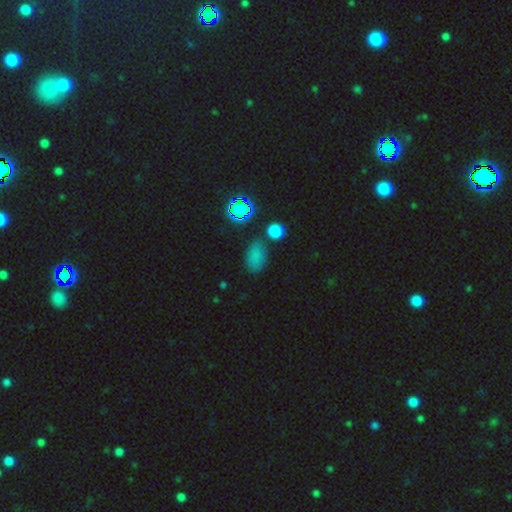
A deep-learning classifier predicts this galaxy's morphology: Smooth or featured: smooth — 69% (star or artifact — 23%)
How rounded: in between — 85% (round — 12%)
Merging: none — 72% (minor disturbance — 16%)